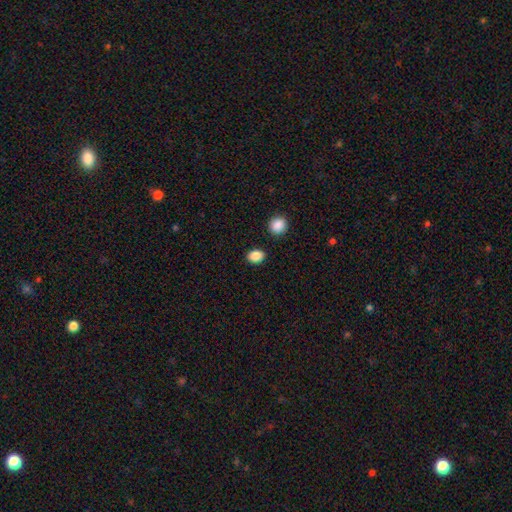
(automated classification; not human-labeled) Smooth or featured? Predicted: smooth (p=0.88). How rounded? Predicted: in between (p=0.62). Merging? Predicted: none (p=0.87).